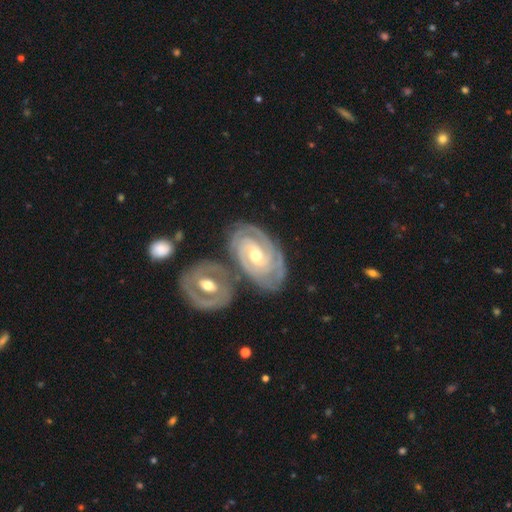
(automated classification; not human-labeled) The model was most divided on "spiral arm count": 2: 36%, can't tell: 23%, 3: 23%, 4: 8%, 1: 5%, more than 4: 5%. Remaining: spiral arms — yes (96%); edge-on disk — no (95%); smooth or featured — featured or disk (87%); spiral winding — tight (81%); merging — none (62%); bulge size — moderate (57%); bar — no (50%).